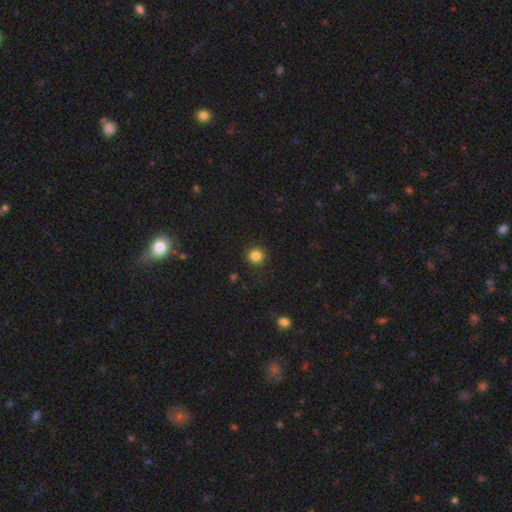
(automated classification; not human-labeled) A smooth galaxy with no disk features (85%) that is round (91%). Merging: none (90%).